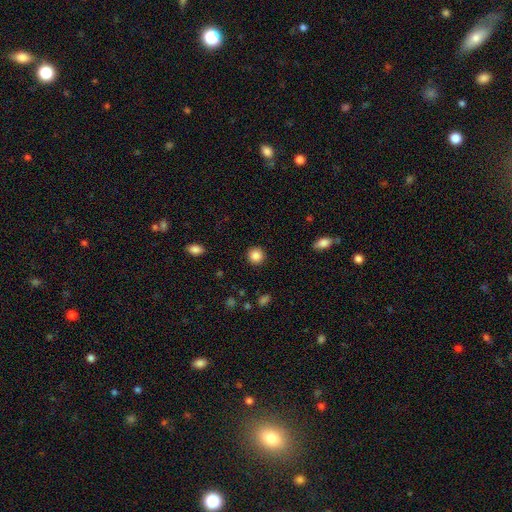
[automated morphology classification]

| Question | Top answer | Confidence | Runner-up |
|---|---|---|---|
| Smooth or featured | smooth | 87% | star or artifact (10%) |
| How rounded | round | 93% | in between (6%) |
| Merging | none | 92% | minor disturbance (5%) |